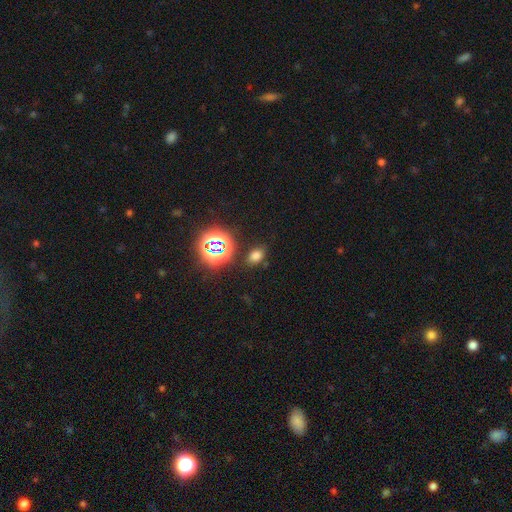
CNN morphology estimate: A smooth galaxy with no disk features (63%) that is in between round and cigar-shaped (76%).

Vote fractions:
- Smooth or featured? smooth: 63% / star or artifact: 30% / featured or disk: 7%
- How rounded? in between: 76% / round: 22% / cigar-shaped: 2%
- Merging? none: 82% / minor disturbance: 11% / major disturbance: 4% / merger: 3%